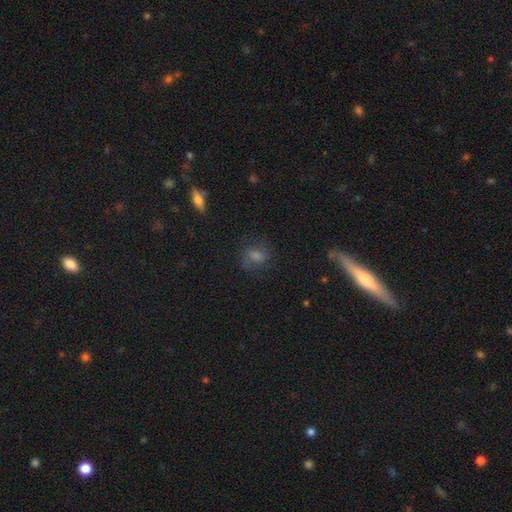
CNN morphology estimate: Smooth or featured?
  - smooth: 48% *
  - featured or disk: 30%
  - star or artifact: 23%
Merging?
  - none: 70% *
  - minor disturbance: 17%
  - major disturbance: 10%
  - merger: 3%